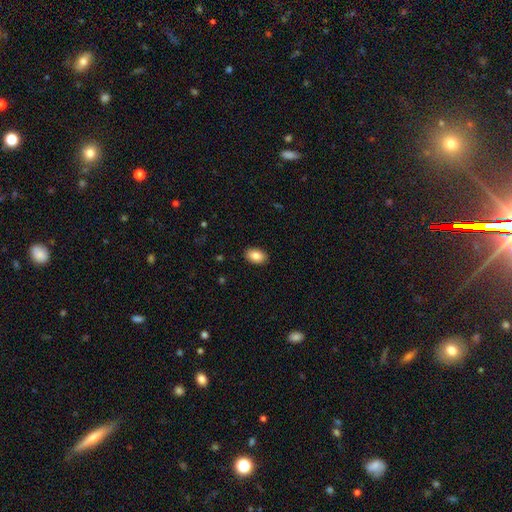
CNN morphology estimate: Overall: smooth (86%). How rounded: in between (88%). Merging: none (90%).